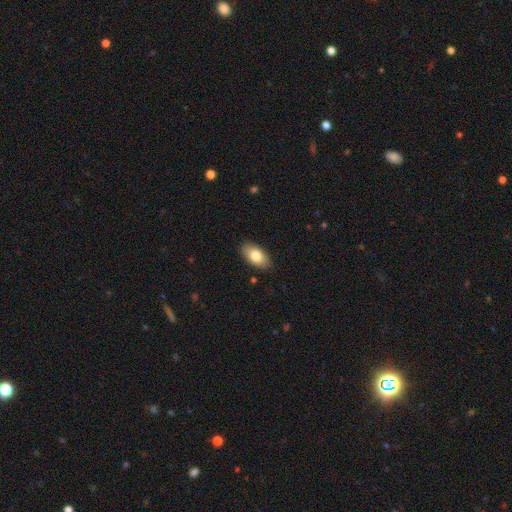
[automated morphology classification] smooth 81%, featured or disk 13%, star or artifact 6%. Down the decision tree: how rounded — in between (93%); merging — none (87%).